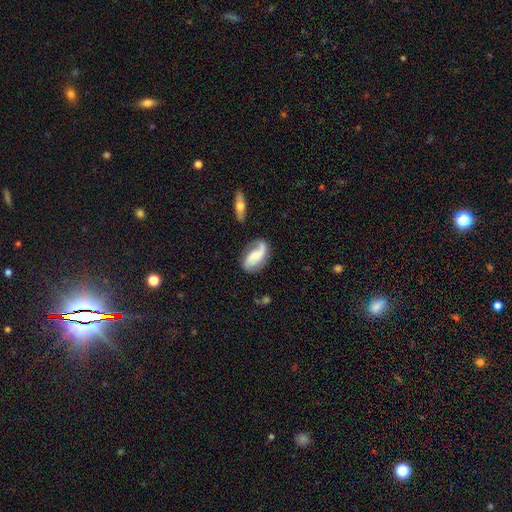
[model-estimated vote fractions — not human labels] This is likely a featured or disk galaxy (70%). It is clearly not viewed edge-on (96%). Bar: possibly no (48%). Spiral arm pattern: clearly yes (93%). Spiral arm count: likely 2 (76%). Spiral winding: possibly loose (50%). Central bulge: marginally moderate (35%). Merging: likely none (63%).